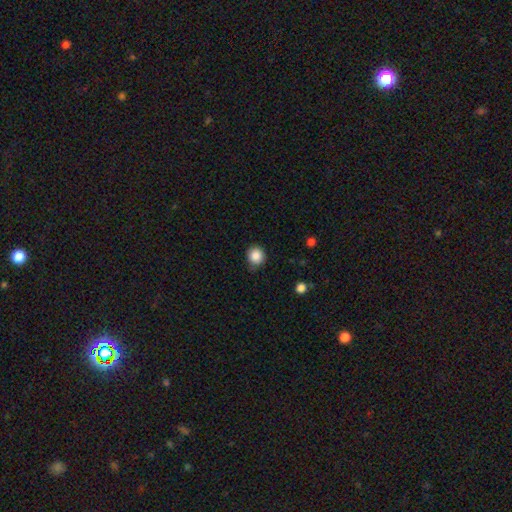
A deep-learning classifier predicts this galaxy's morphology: A smooth galaxy with no disk features (86%) that is round (89%).

Vote fractions:
- Smooth or featured? smooth: 86% / star or artifact: 10% / featured or disk: 4%
- How rounded? round: 89% / in between: 10% / cigar-shaped: 1%
- Merging? none: 80% / minor disturbance: 15% / major disturbance: 3% / merger: 2%